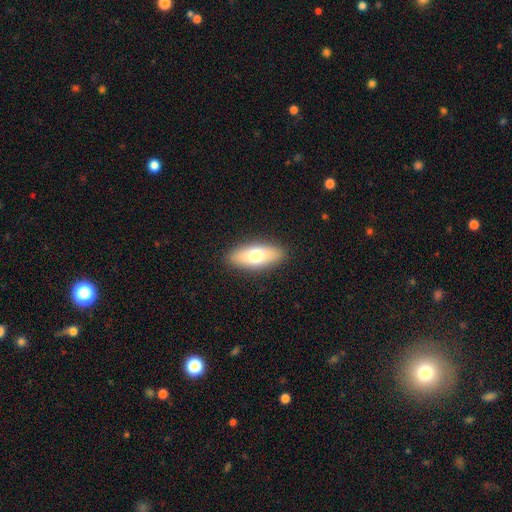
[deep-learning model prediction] Overall: smooth (70%). How rounded: in between (75%). Merging: none (89%).